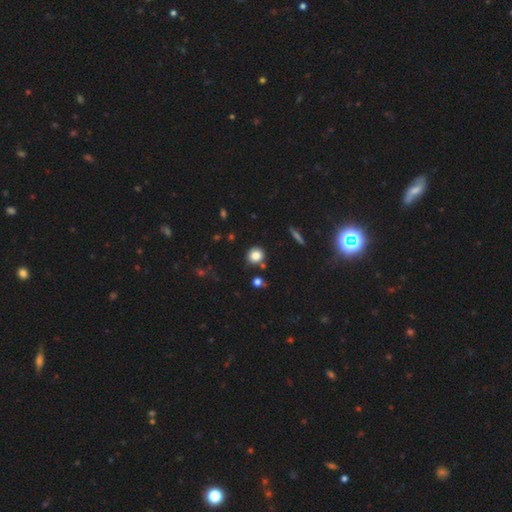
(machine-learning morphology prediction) Smooth or featured? Predicted: smooth (p=0.83). How rounded? Predicted: round (p=0.88). Merging? Predicted: none (p=0.83).